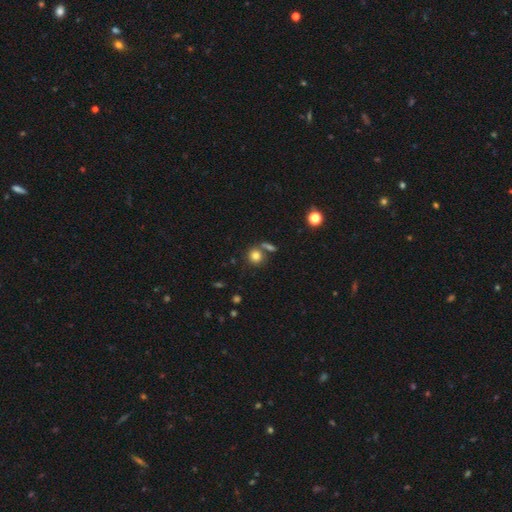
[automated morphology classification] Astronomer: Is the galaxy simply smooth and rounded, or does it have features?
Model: smooth — 80%.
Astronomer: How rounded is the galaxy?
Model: round — 85%.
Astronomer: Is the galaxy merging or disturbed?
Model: none — 65%.